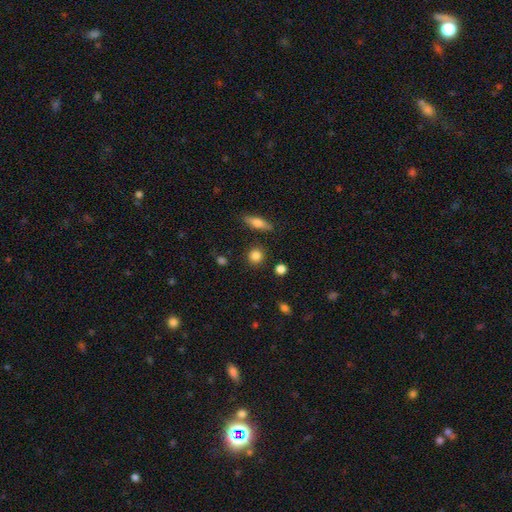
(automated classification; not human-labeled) Q: Smooth or featured?
A: smooth (84%); runner-up: star or artifact (10%)
Q: How rounded?
A: round (87%); runner-up: in between (11%)
Q: Merging?
A: none (87%); runner-up: minor disturbance (7%)